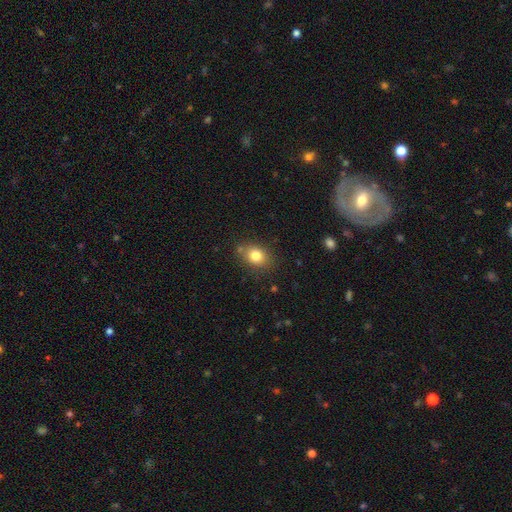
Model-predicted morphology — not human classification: smooth-or-featured: smooth: 80% | star or artifact: 11% | featured or disk: 9%
  how-rounded: in between: 58% | round: 41% | cigar-shaped: 1%
  merging: none: 77% | minor disturbance: 14% | merger: 5% | major disturbance: 4%